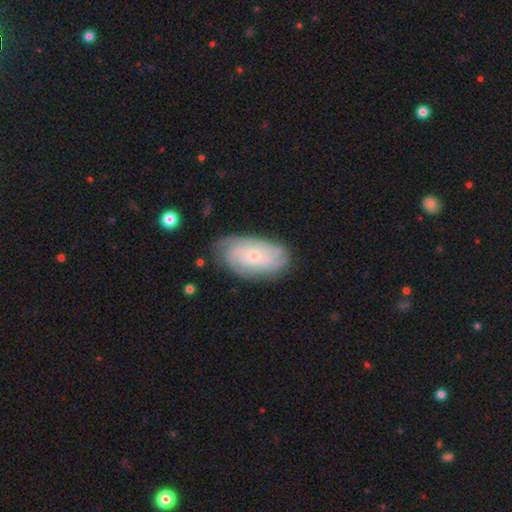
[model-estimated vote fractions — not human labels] Smooth or featured? featured or disk (75%)
Edge-on disk? no (95%)
Bar? no (76%)
Spiral arms? yes (93%)
Spiral winding? tight (66%)
Spiral arm count? can't tell (40%)
Bulge size? small (67%)
Merging? none (75%)